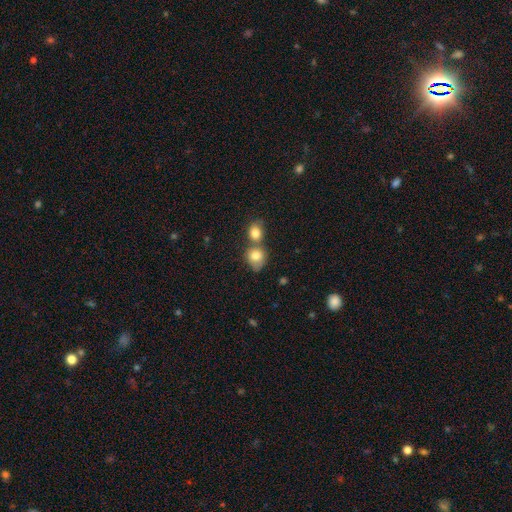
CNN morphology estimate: Overall: smooth (81%). How rounded: round (69%). Merging: merger (53%; none 31%).